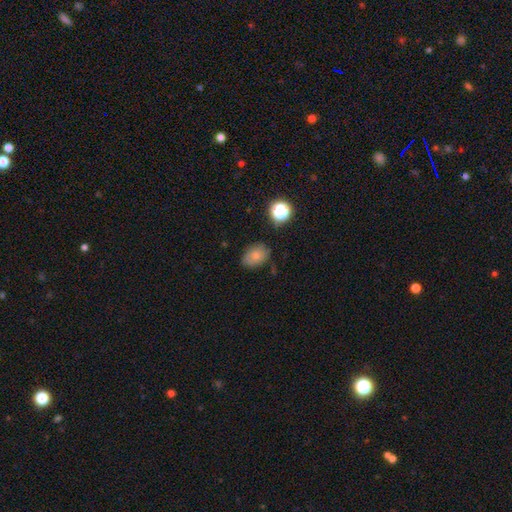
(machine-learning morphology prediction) Smooth or featured?
  - smooth: 75% *
  - featured or disk: 13%
  - star or artifact: 12%
How rounded?
  - in between: 71% *
  - round: 28%
  - cigar-shaped: 1%
Merging?
  - none: 74% *
  - minor disturbance: 19%
  - major disturbance: 4%
  - merger: 2%